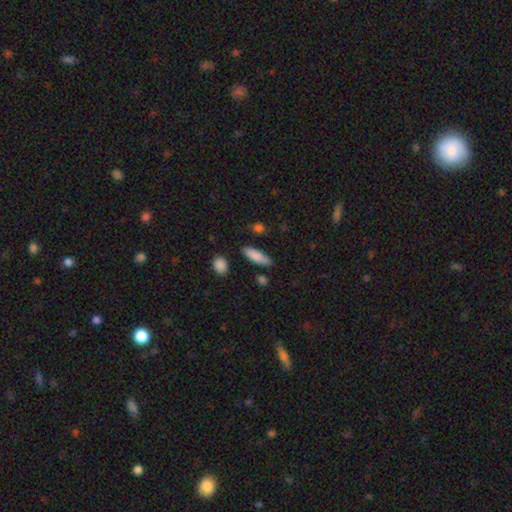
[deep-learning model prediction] smooth_or_featured: smooth (p=0.85) [alt: featured or disk p=0.08]
how_rounded: cigar-shaped (p=0.50) [alt: in between p=0.47]
merging: none (p=0.83) [alt: minor disturbance p=0.11]